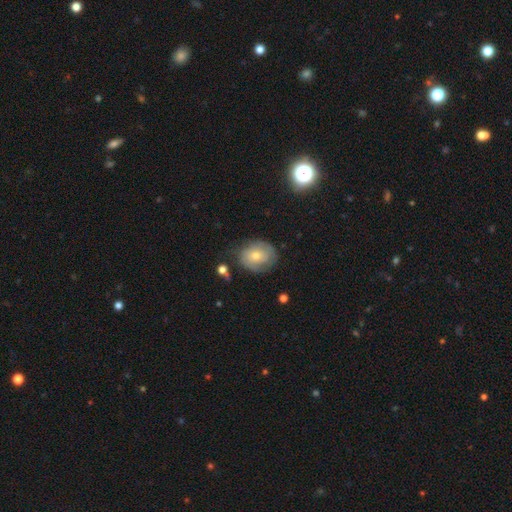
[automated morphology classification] Smooth or featured? Predicted: featured or disk (p=0.56). Edge-on disk? Predicted: no (p=0.96). Bar? Predicted: no (p=0.78). Spiral arms? Predicted: yes (p=0.77). Bulge size? Predicted: small (p=0.53). Merging? Predicted: none (p=0.70).